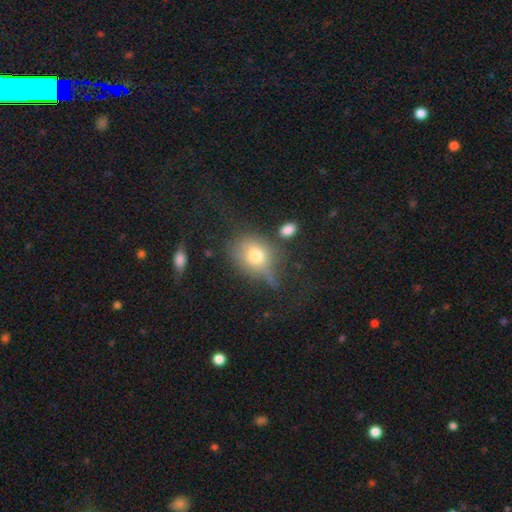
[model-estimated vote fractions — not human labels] A smooth galaxy with no disk features (66%) that is round (51%). Merging: none (45%).